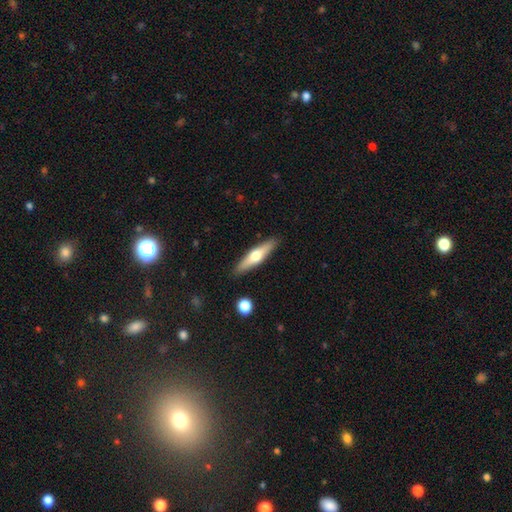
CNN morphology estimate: type=featured or disk (50%); edge-on=yes (93%); merging=none (89%).